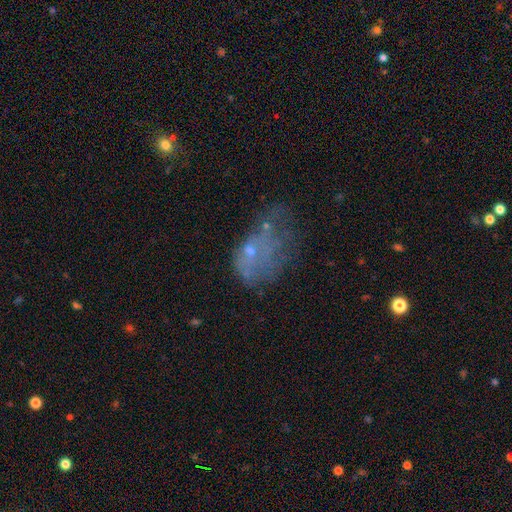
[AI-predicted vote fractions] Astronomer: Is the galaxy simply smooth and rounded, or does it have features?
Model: featured or disk — 39% (runner-up: smooth, 38%).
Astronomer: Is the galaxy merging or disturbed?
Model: major disturbance — 37% (runner-up: none, 30%).